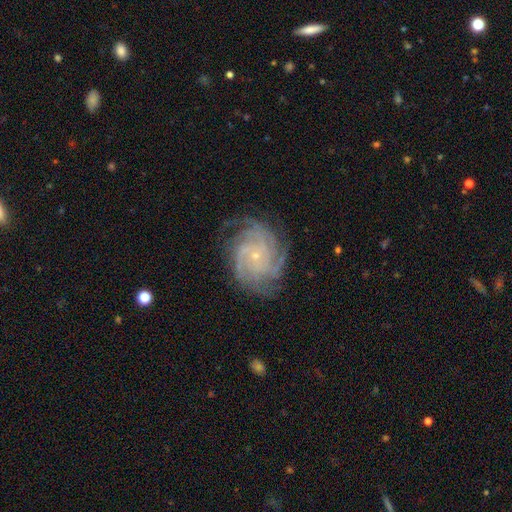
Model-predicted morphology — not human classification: Overall: featured or disk (89%). Edge-on disk: no (98%). Bar: no (75%). Spiral arms: yes (98%). Spiral arm count: 4 (35%; more than 4 17%). Spiral winding: tight (71%). Bulge size: small (84%). Merging: none (77%).